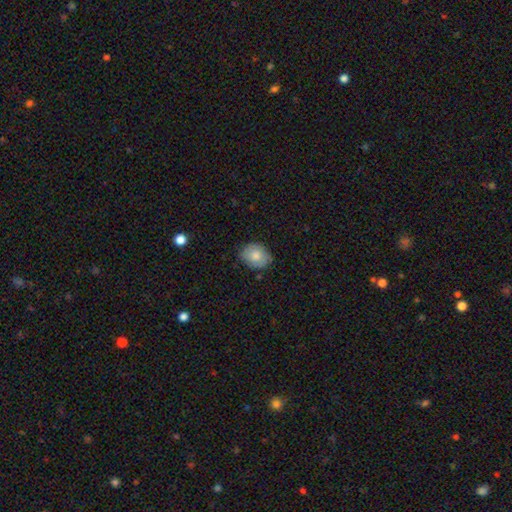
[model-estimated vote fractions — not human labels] A smooth galaxy with no disk features (73%) that is in between round and cigar-shaped (56%). Merging: none (77%).